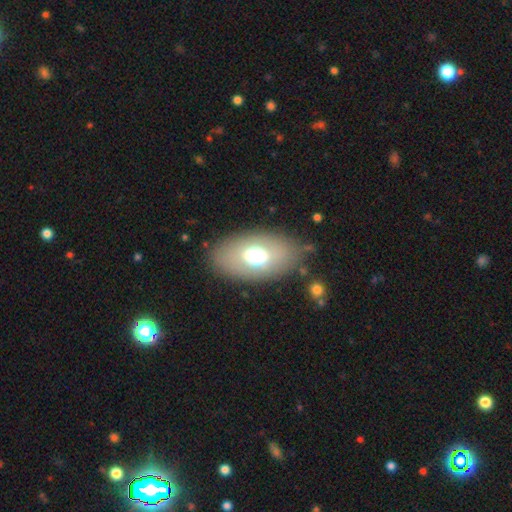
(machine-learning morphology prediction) This is likely a smooth galaxy (61%). How rounded: clearly in between (86%). Merging: clearly none (80%).